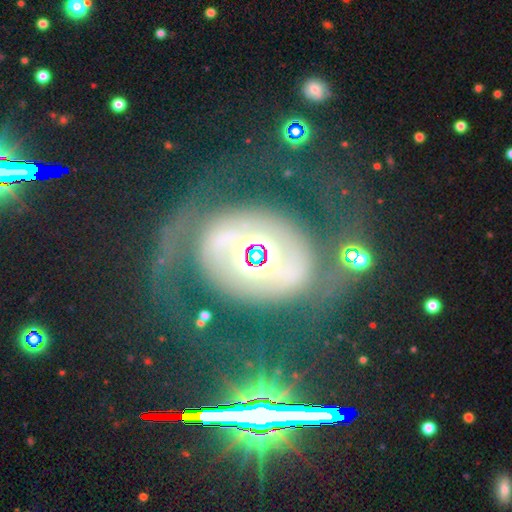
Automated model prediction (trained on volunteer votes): The model was most divided on "bulge size": moderate: 43%, small: 27%, large: 19%, dominant: 6%, none: 5%. More confident: edge-on disk — no (94%); smooth or featured — featured or disk (71%); spiral arms — yes (68%); merging — none (58%); bar — no (55%).